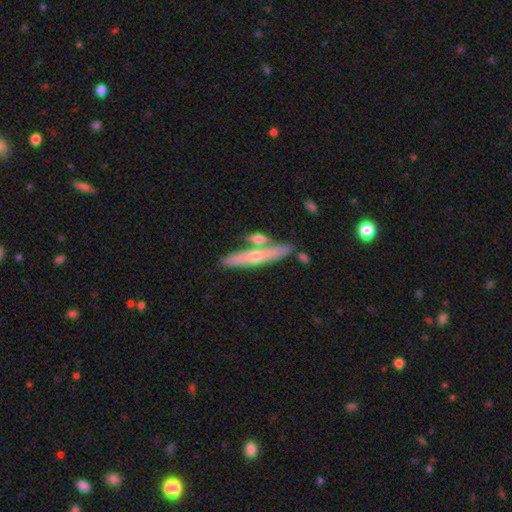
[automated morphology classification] This is possibly a smooth galaxy (49%). Merging: likely none (67%).